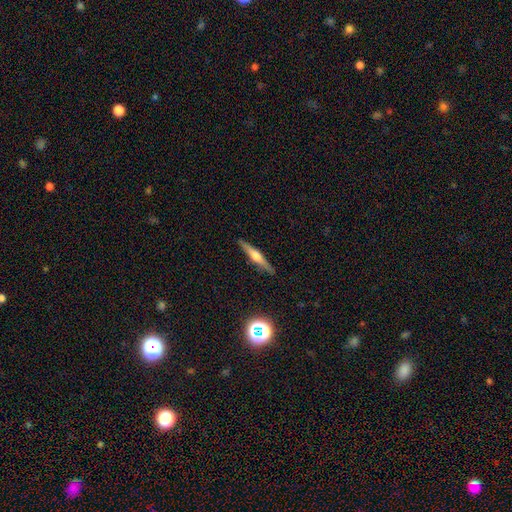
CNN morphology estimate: Smooth or featured? Predicted: featured or disk (p=0.67). Edge-on disk? Predicted: yes (p=0.98). Edge-on bulge? Predicted: rounded (p=0.88). Merging? Predicted: none (p=0.90).